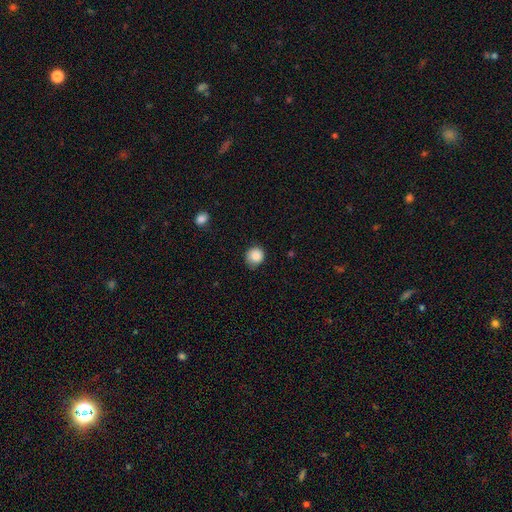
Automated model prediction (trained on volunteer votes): Morphology: type=smooth (87%); roundness=round (89%); merging=none (78%).